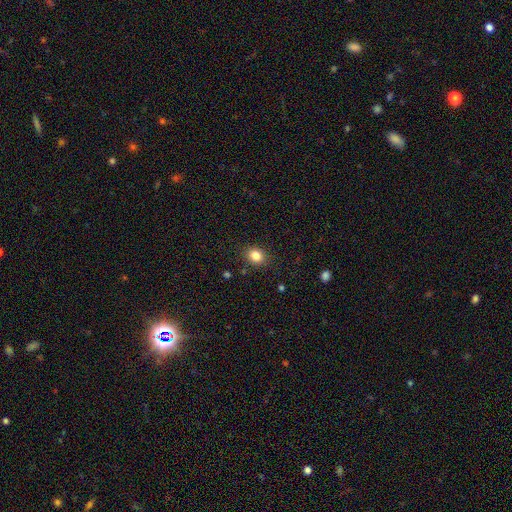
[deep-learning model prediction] Morphology: type=smooth (84%); roundness=round (55%); merging=none (86%).